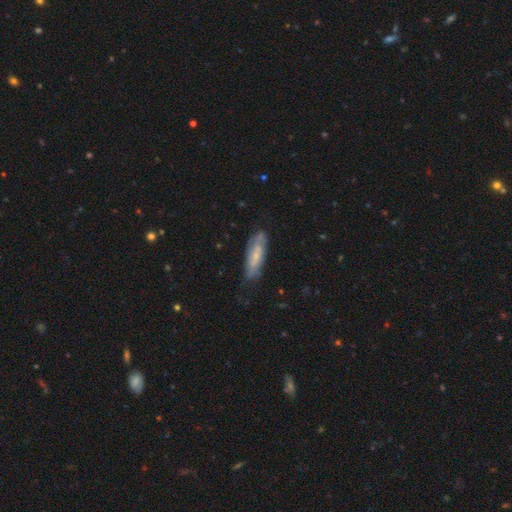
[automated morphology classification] Smooth or featured: featured or disk — 48% (smooth — 45%)
Merging: none — 68% (minor disturbance — 24%)